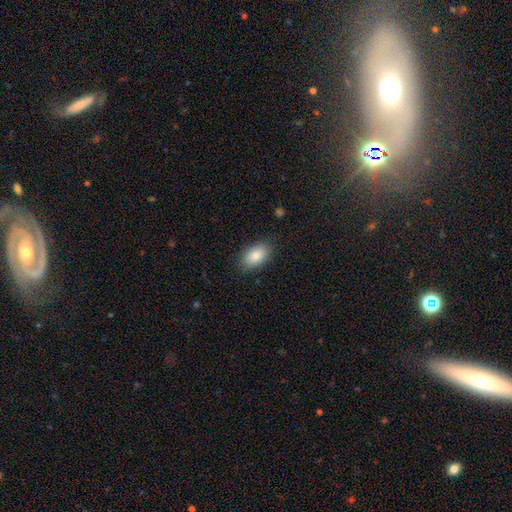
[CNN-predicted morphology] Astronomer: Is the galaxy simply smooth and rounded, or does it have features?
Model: smooth — 86%.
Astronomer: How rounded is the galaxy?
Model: in between — 92%.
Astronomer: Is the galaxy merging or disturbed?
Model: none — 85%.